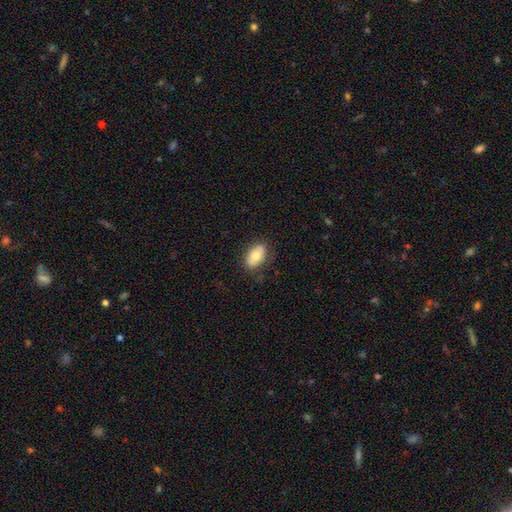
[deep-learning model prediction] smooth-or-featured: smooth: 75% | featured or disk: 18% | star or artifact: 7%
  how-rounded: in between: 92% | round: 7% | cigar-shaped: 2%
  merging: none: 80% | minor disturbance: 15% | major disturbance: 4% | merger: 1%